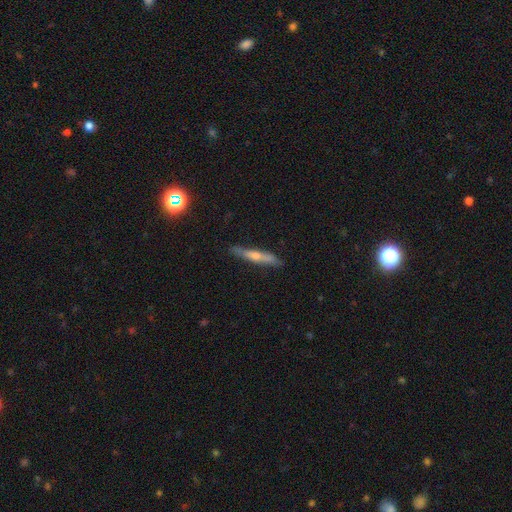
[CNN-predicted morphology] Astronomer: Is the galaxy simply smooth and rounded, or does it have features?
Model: featured or disk — 50% (runner-up: smooth, 43%).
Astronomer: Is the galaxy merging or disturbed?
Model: none — 84%.